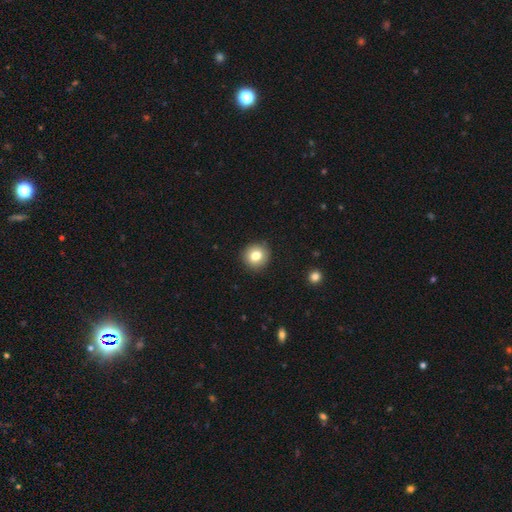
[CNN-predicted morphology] type=smooth (81%); roundness=round (89%); merging=none (90%).